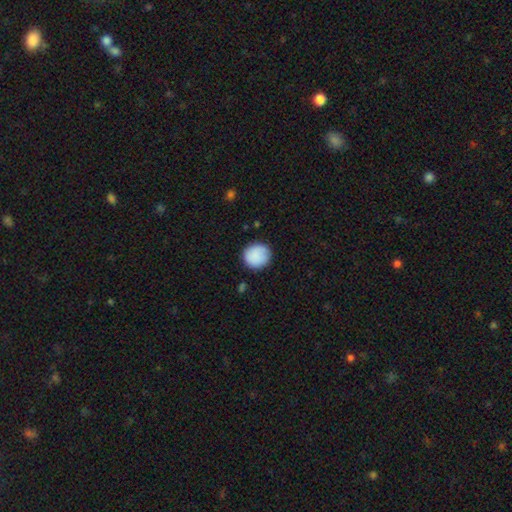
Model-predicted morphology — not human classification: This is clearly a smooth galaxy (88%). How rounded: clearly round (90%). Merging: clearly none (86%).